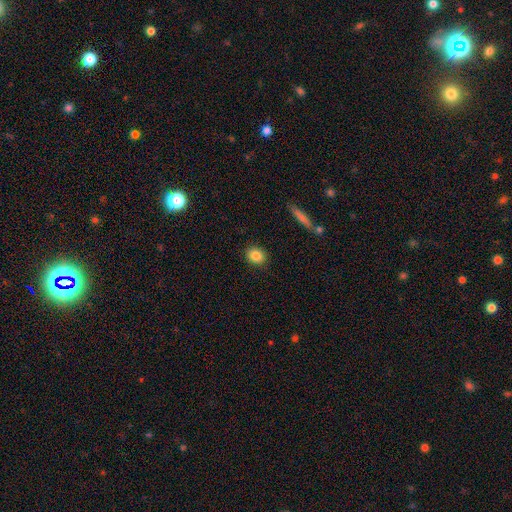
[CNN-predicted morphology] type=smooth (85%); roundness=round (62%); merging=none (90%).